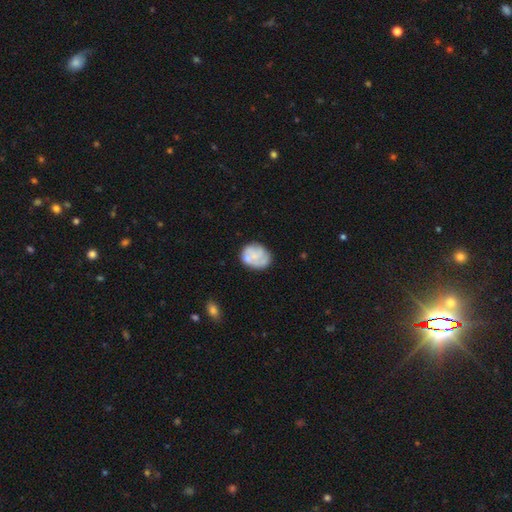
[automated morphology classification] A smooth galaxy with no disk features (49%).

Vote fractions:
- Smooth or featured? smooth: 49% / featured or disk: 43% / star or artifact: 7%
- Merging? none: 62% / minor disturbance: 23% / major disturbance: 10% / merger: 5%